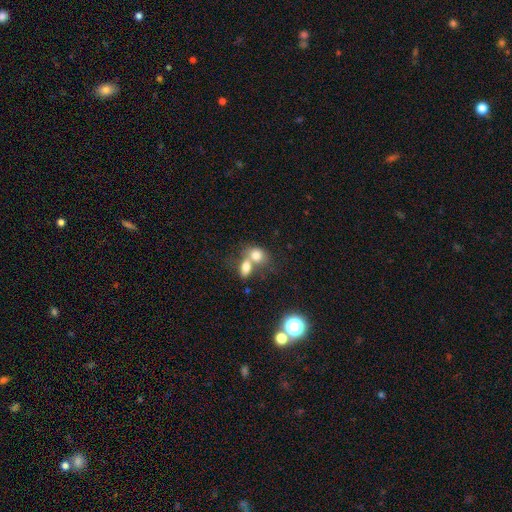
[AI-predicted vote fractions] A smooth galaxy with no disk features (76%) that is in between round and cigar-shaped (59%). Merging: merger (64%).